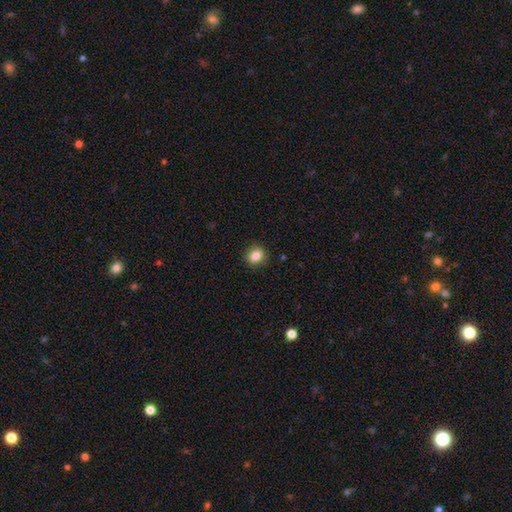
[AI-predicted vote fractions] smooth-or-featured: smooth: 85% | star or artifact: 10% | featured or disk: 5%
  how-rounded: round: 76% | in between: 23% | cigar-shaped: 1%
  merging: none: 90% | minor disturbance: 7% | major disturbance: 2% | merger: 1%